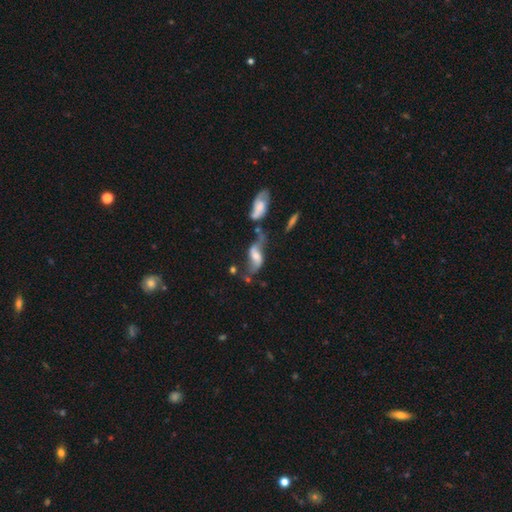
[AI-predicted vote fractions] A featured or disk galaxy (66%) with a weak bar (42%), spiral arms (84%) and a moderate central bulge (43%). Merging: none (37%).